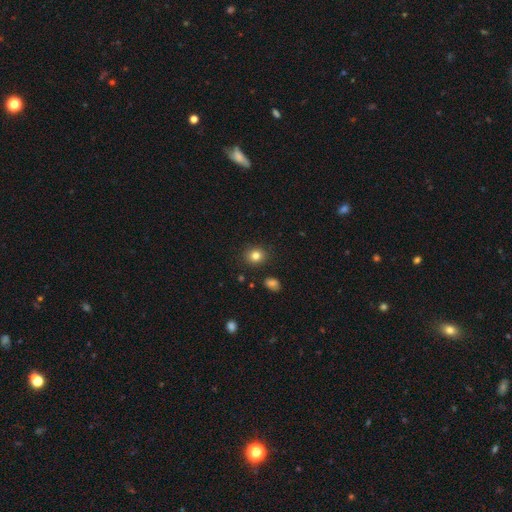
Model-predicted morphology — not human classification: Q: Smooth or featured?
A: smooth (83%); runner-up: star or artifact (11%)
Q: How rounded?
A: round (73%); runner-up: in between (26%)
Q: Merging?
A: none (88%); runner-up: minor disturbance (8%)